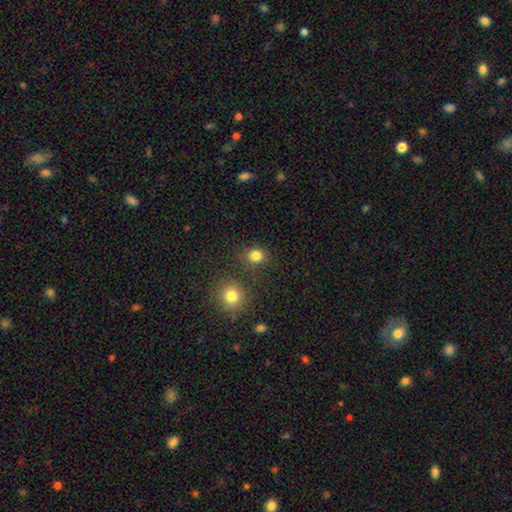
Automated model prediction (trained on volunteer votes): A smooth galaxy with no disk features (82%) that is round (78%).

Vote fractions:
- Smooth or featured? smooth: 82% / star or artifact: 14% / featured or disk: 4%
- How rounded? round: 78% / in between: 21% / cigar-shaped: 1%
- Merging? none: 78% / minor disturbance: 10% / merger: 9% / major disturbance: 4%